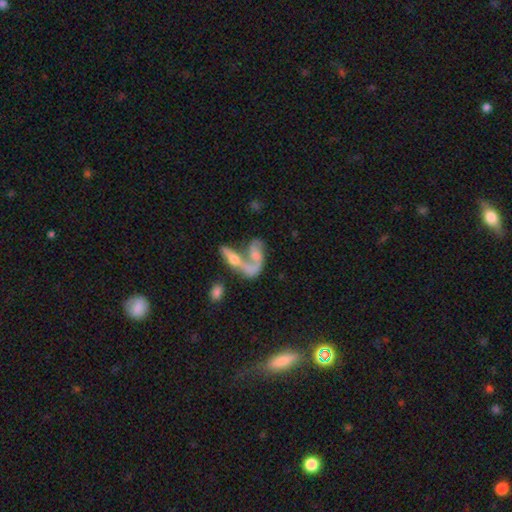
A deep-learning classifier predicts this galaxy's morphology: type=featured or disk (58%); edge-on=no (86%); bar=no (69%); spiral arms=yes (61%); bulge=small (37%); merging=merger (65%).